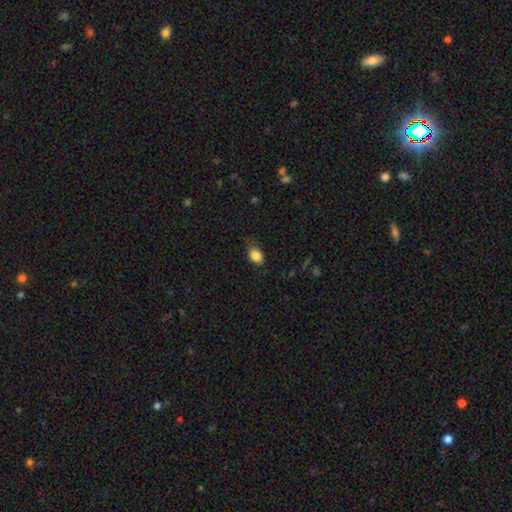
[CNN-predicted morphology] Smooth or featured?
  - smooth: 85% *
  - star or artifact: 9%
  - featured or disk: 6%
How rounded?
  - in between: 77% *
  - round: 22%
  - cigar-shaped: 2%
Merging?
  - none: 66% *
  - minor disturbance: 27%
  - major disturbance: 6%
  - merger: 1%